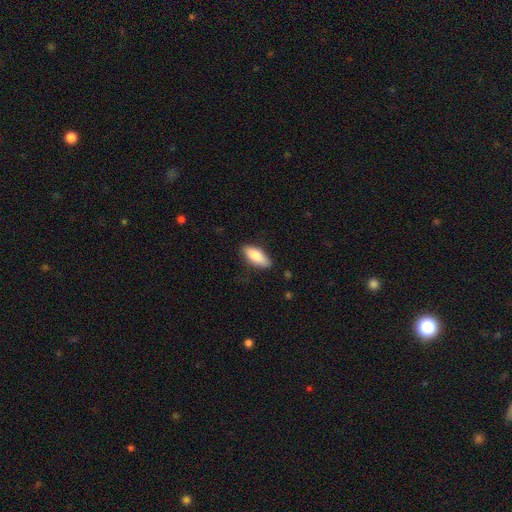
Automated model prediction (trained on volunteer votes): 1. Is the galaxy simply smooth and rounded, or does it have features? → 84% smooth, 10% featured or disk, 6% star or artifact.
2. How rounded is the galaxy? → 78% in between, 20% cigar-shaped, 2% round.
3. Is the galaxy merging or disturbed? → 83% none, 14% minor disturbance, 3% major disturbance, 1% merger.